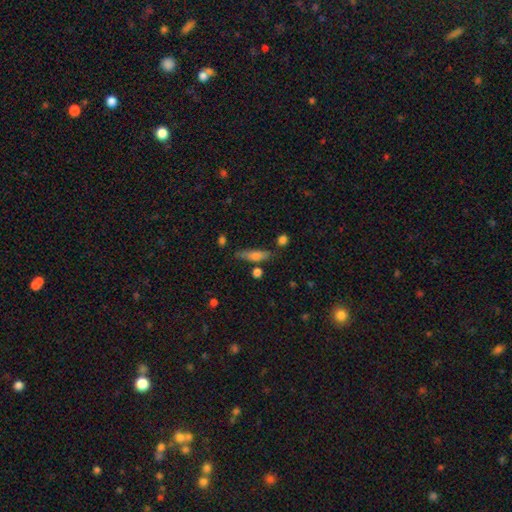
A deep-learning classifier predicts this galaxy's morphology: This is likely a smooth galaxy (71%). How rounded: likely cigar-shaped (63%). Merging: likely none (69%).